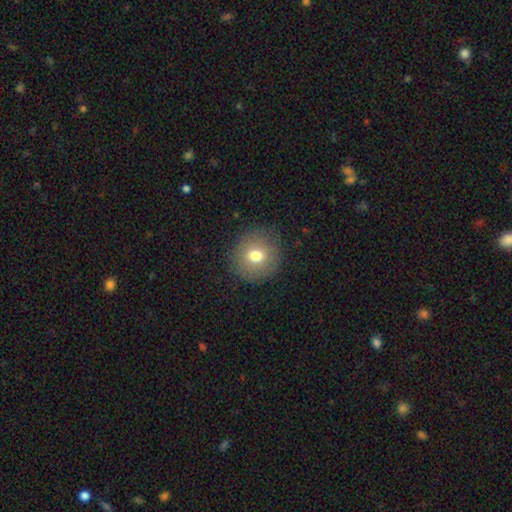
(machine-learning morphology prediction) Smooth or featured: smooth — 73% (featured or disk — 15%)
How rounded: round — 89% (in between — 10%)
Merging: none — 87% (minor disturbance — 9%)